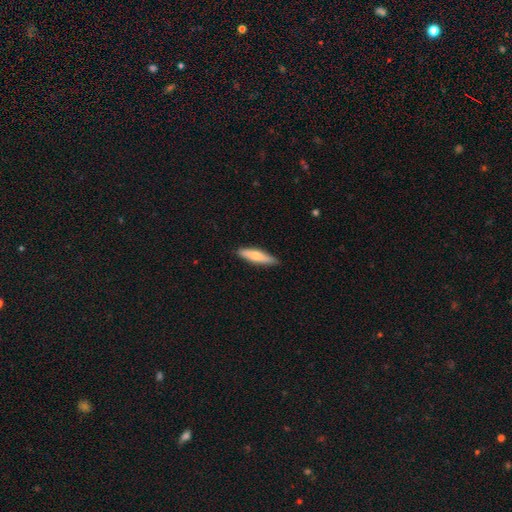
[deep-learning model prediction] The model was most divided on "smooth or featured": smooth: 61%, featured or disk: 34%, star or artifact: 5%. More confident: merging — none (88%); how rounded — cigar-shaped (75%).